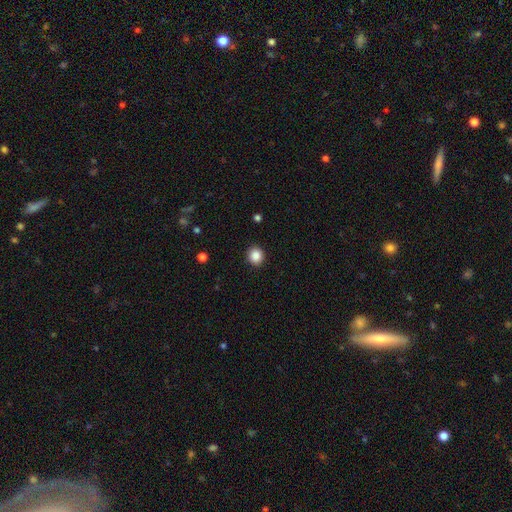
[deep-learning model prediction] This is clearly a smooth galaxy (87%). How rounded: clearly round (89%). Merging: clearly none (91%).